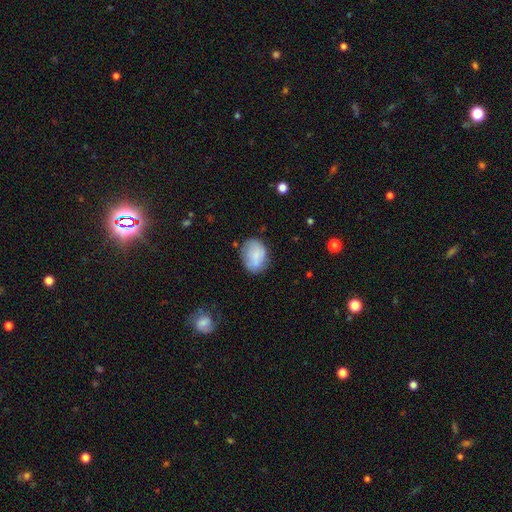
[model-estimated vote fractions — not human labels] smooth-or-featured: smooth: 77% | featured or disk: 16% | star or artifact: 8%
  how-rounded: in between: 67% | round: 32% | cigar-shaped: 1%
  merging: none: 67% | minor disturbance: 24% | major disturbance: 7% | merger: 3%